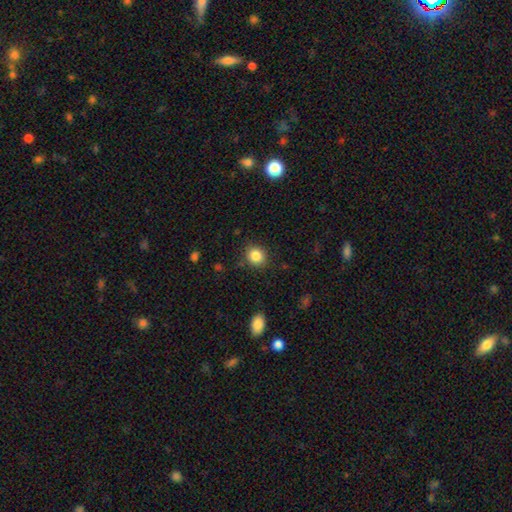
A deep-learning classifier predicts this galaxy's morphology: Q: Smooth or featured?
A: smooth (86%); runner-up: star or artifact (10%)
Q: How rounded?
A: round (77%); runner-up: in between (22%)
Q: Merging?
A: none (86%); runner-up: minor disturbance (9%)